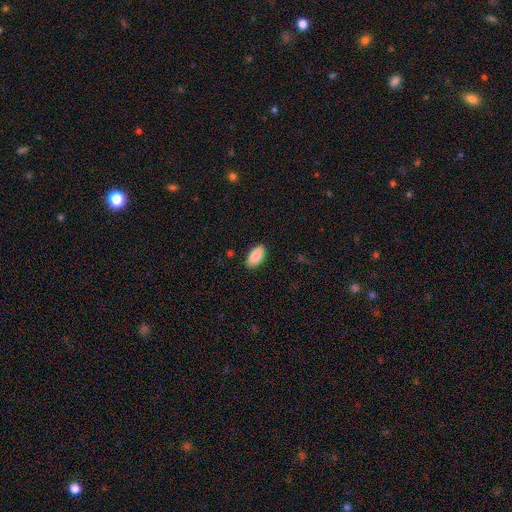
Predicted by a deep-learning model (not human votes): This is clearly a smooth galaxy (90%). How rounded: clearly in between (95%). Merging: clearly none (88%).